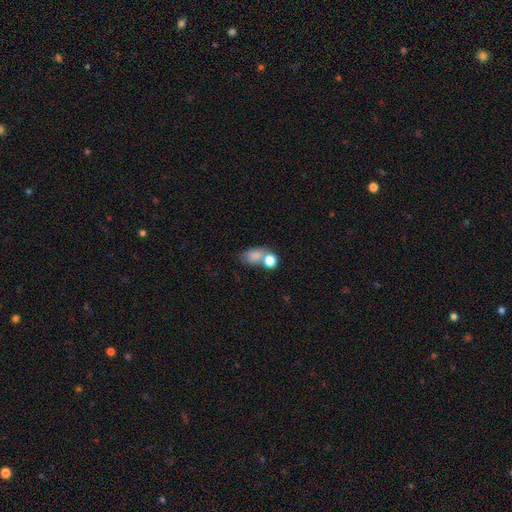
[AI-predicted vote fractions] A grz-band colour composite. It shows a smooth galaxy with no disk features (78%) that is in between round and cigar-shaped (70%). Merging: merger (40%).